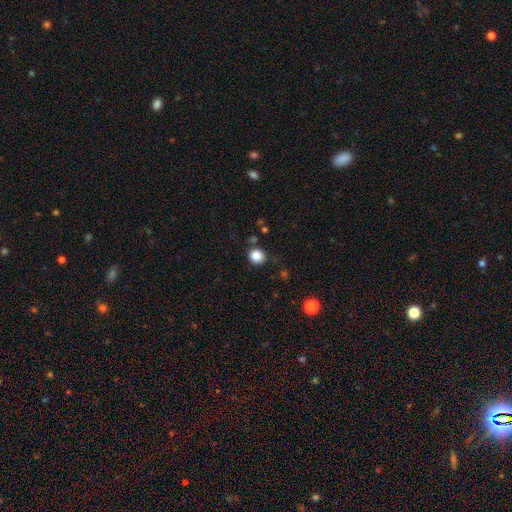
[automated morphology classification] A smooth galaxy with no disk features (85%) that is round (90%).

Vote fractions:
- Smooth or featured? smooth: 85% / star or artifact: 11% / featured or disk: 4%
- How rounded? round: 90% / in between: 9% / cigar-shaped: 1%
- Merging? none: 85% / minor disturbance: 9% / merger: 3% / major disturbance: 3%